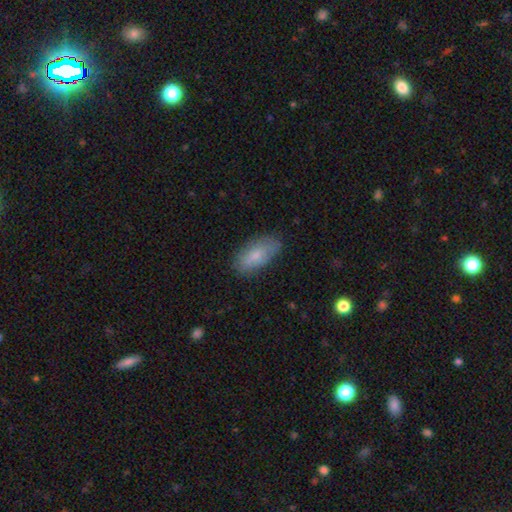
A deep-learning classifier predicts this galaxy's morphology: smooth 78%, featured or disk 16%, star or artifact 6%. Down the decision tree: how rounded — in between (91%); merging — none (76%).